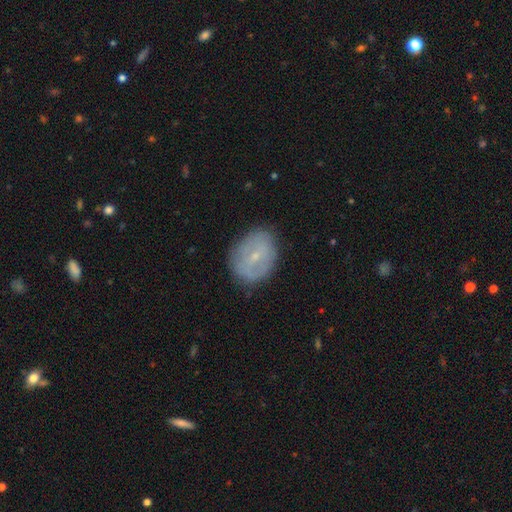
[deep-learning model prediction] A featured or disk galaxy (47%). Merging: none (77%).